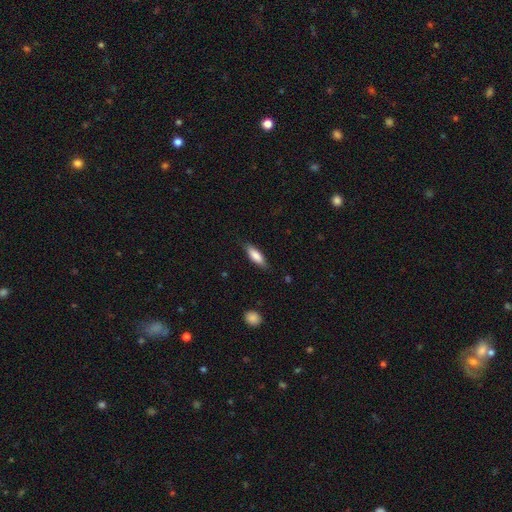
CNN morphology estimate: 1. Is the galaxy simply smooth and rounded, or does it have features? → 80% smooth, 14% featured or disk, 6% star or artifact.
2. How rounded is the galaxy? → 55% in between, 43% cigar-shaped, 2% round.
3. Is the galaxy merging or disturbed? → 81% none, 14% minor disturbance, 3% major disturbance, 1% merger.